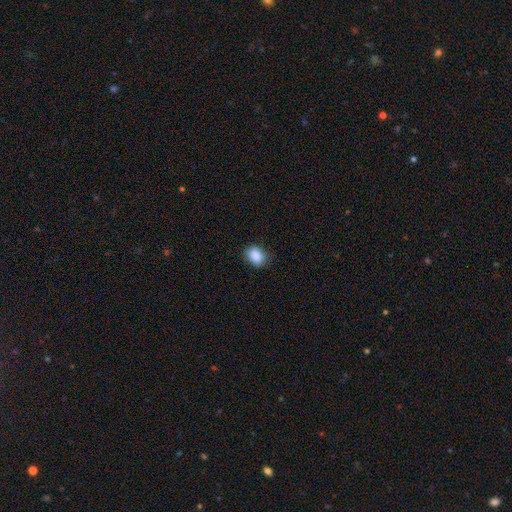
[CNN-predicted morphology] The model was most divided on "how rounded": in between: 63%, round: 36%, cigar-shaped: 1%. More confident: smooth or featured — smooth (87%); merging — none (80%).